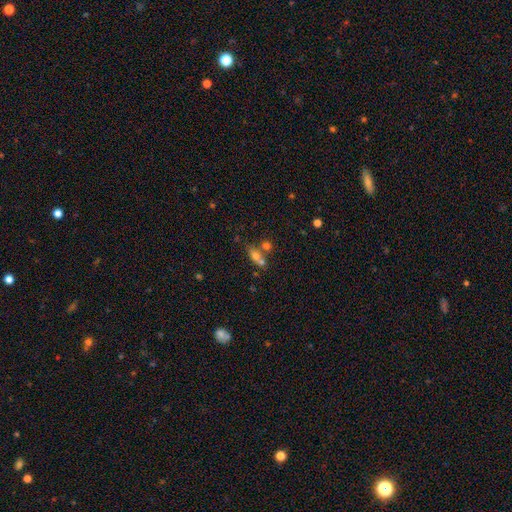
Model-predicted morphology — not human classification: smooth_or_featured: smooth (p=0.64) [alt: featured or disk p=0.21]
how_rounded: in between (p=0.65) [alt: round p=0.23]
merging: merger (p=0.44) [alt: none p=0.40]